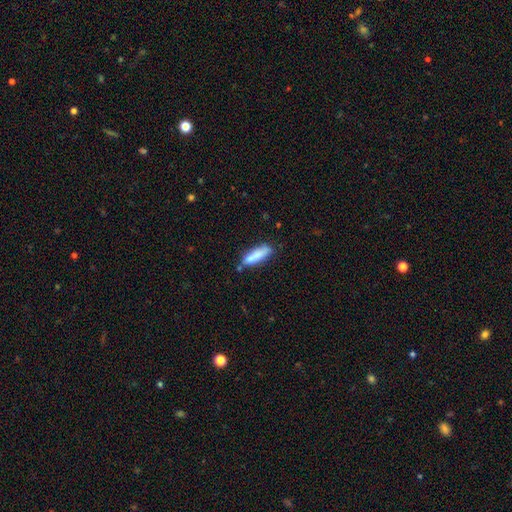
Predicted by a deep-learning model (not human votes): Morphology: type=smooth (81%); roundness=cigar-shaped (58%); merging=none (66%).